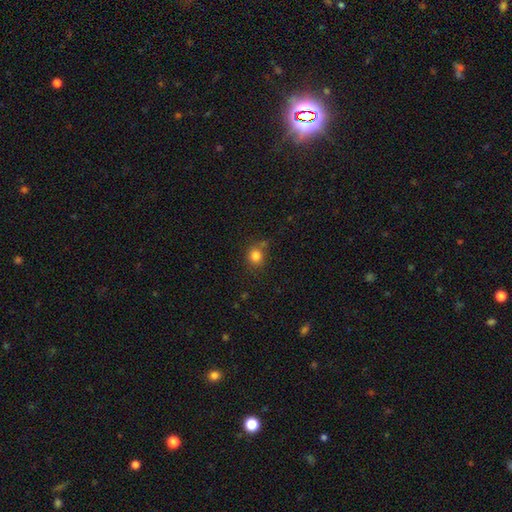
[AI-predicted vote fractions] Smooth or featured: smooth — 82% (star or artifact — 12%)
How rounded: round — 85% (in between — 14%)
Merging: none — 72% (minor disturbance — 16%)